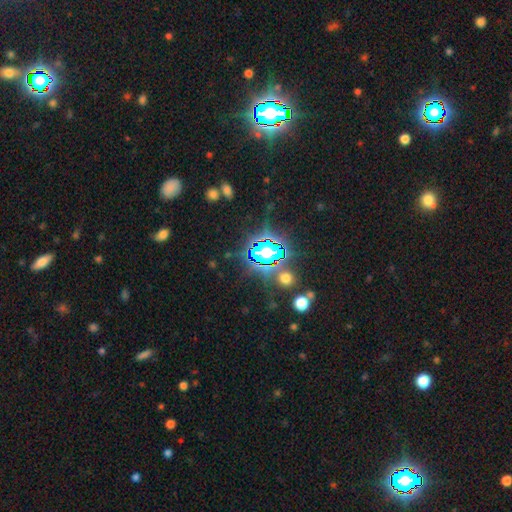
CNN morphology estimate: smooth-or-featured: star or artifact: 75% | smooth: 16% | featured or disk: 9%